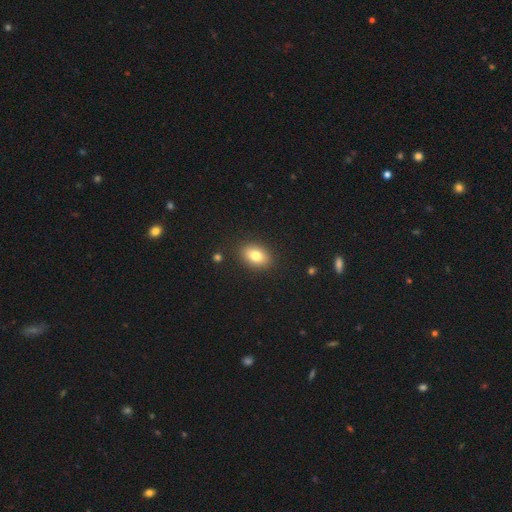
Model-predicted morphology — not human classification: The model was most divided on "how rounded": in between: 78%, round: 20%, cigar-shaped: 1%. More confident: merging — none (88%); smooth or featured — smooth (80%).